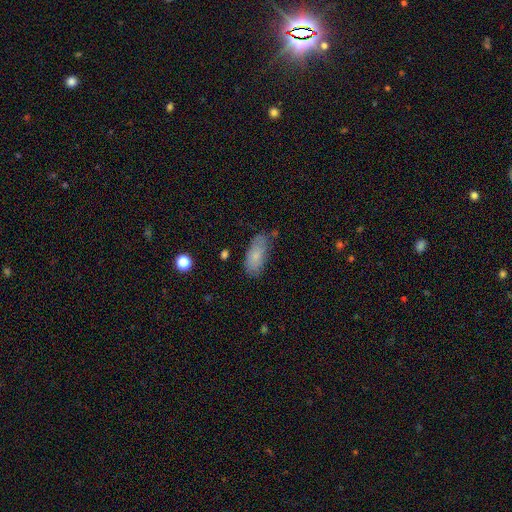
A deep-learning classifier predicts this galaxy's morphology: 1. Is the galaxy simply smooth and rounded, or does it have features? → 79% smooth, 14% featured or disk, 7% star or artifact.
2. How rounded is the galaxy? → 87% in between, 11% cigar-shaped, 2% round.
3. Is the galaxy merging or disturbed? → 69% none, 23% minor disturbance, 5% major disturbance, 3% merger.